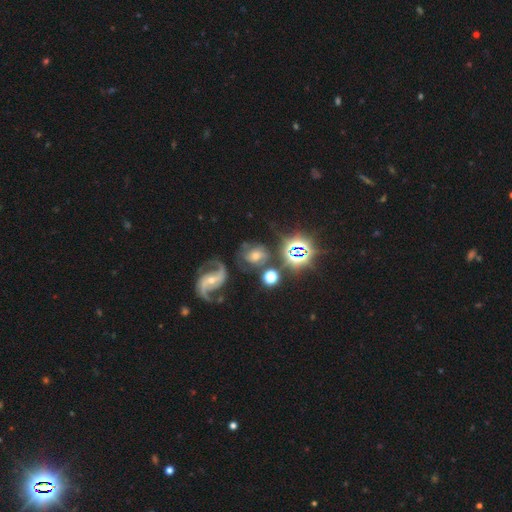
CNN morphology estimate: A featured or disk galaxy (44%). Merging: none (61%).